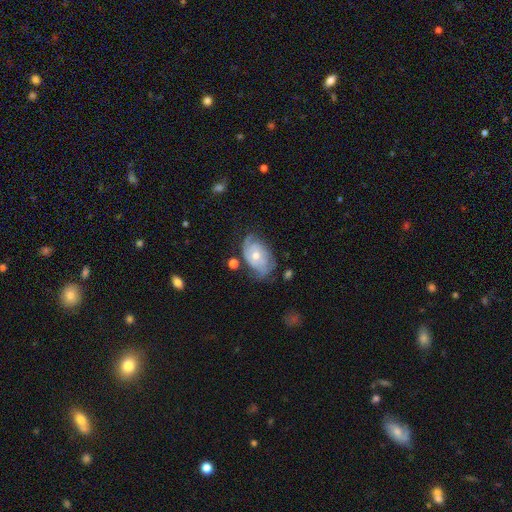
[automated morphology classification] A featured or disk galaxy (70%) with no bar (76%), 2 (41%) tight (55%) spiral arms (83%) and a moderate central bulge (62%).

Vote fractions:
- Smooth or featured? featured or disk: 70% / smooth: 24% / star or artifact: 6%
- Edge-on disk? no: 95% / yes: 5%
- Bar? no: 76% / weak: 21% / strong: 3%
- Spiral arms? yes: 83% / no: 17%
- Spiral winding? tight: 55% / medium: 31% / loose: 14%
- Spiral arm count? 2: 41% / can't tell: 35% / 3: 10% / 1: 9% / 4: 3% / more than 4: 2%
- Bulge size? moderate: 62% / small: 33% / large: 3% / none: 1% / dominant: 1%
- Merging? none: 56% / minor disturbance: 28% / major disturbance: 12% / merger: 4%